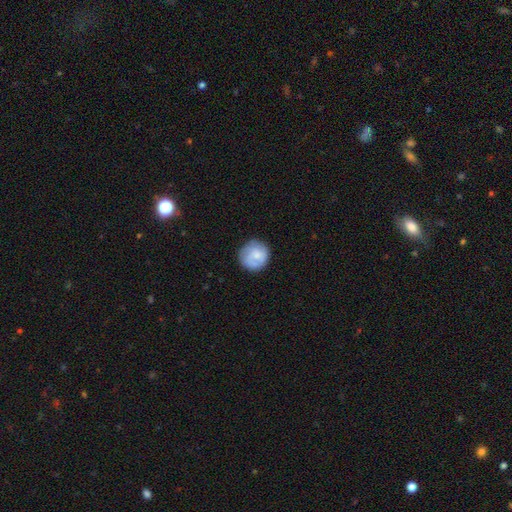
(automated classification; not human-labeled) Morphology: type=smooth (66%); roundness=round (90%); merging=none (73%).